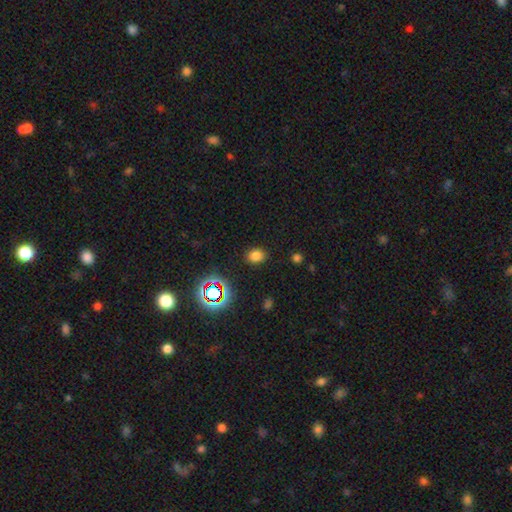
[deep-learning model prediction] This is likely a smooth galaxy (75%). How rounded: possibly round (51%). Merging: clearly none (87%).